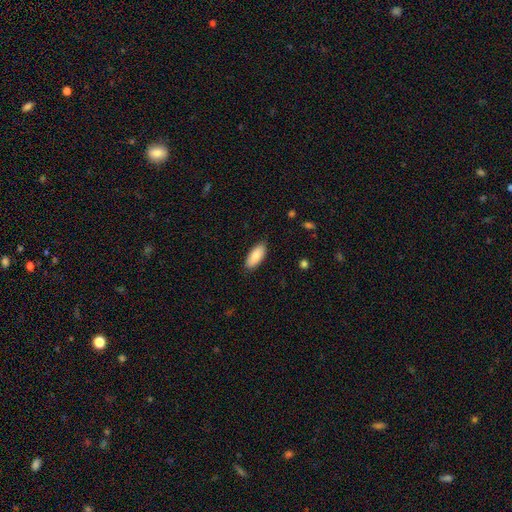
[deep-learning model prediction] The model was most divided on "how rounded": in between: 85%, cigar-shaped: 13%, round: 2%. More confident: merging — none (87%); smooth or featured — smooth (86%).